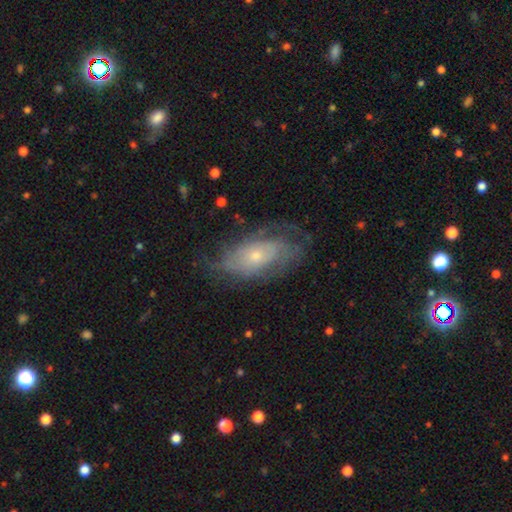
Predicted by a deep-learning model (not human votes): This appears to be a featured or disk galaxy (68%) with no bar (81%), spiral arms (77%) and a small central bulge (62%). Merging: none (61%).